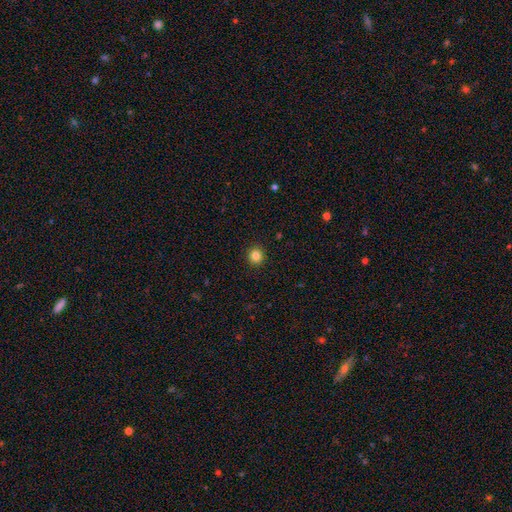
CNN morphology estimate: A smooth galaxy with no disk features (84%) that is round (93%). Merging: none (93%).